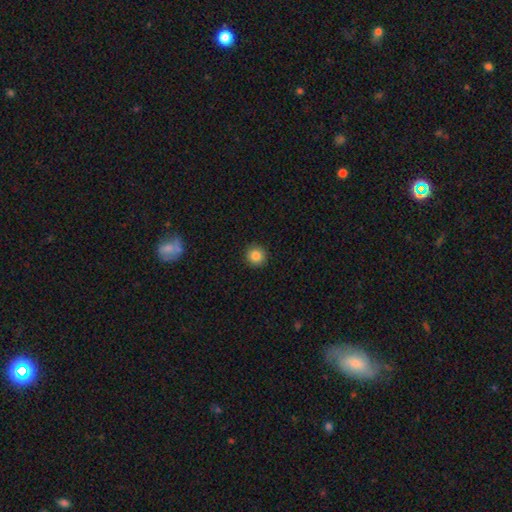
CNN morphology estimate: Smooth or featured? Predicted: smooth (p=0.85). How rounded? Predicted: round (p=0.94). Merging? Predicted: none (p=0.92).